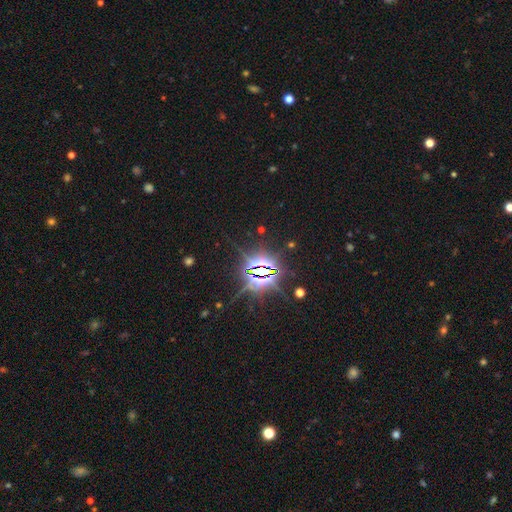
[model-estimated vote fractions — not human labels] The model was most divided on "smooth or featured": star or artifact: 85%, smooth: 8%, featured or disk: 6%.